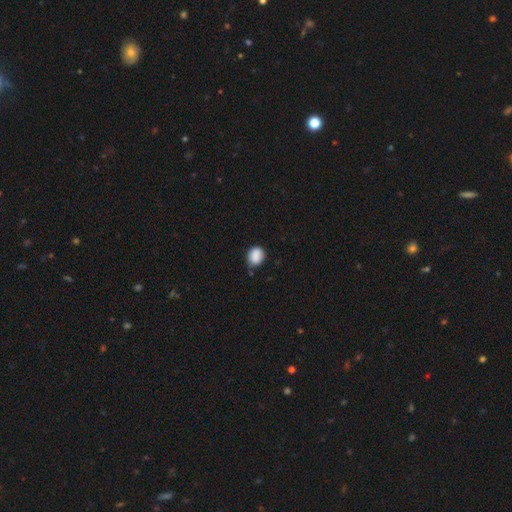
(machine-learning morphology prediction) Smooth or featured? smooth (86%)
How rounded? round (52%)
Merging? none (61%)